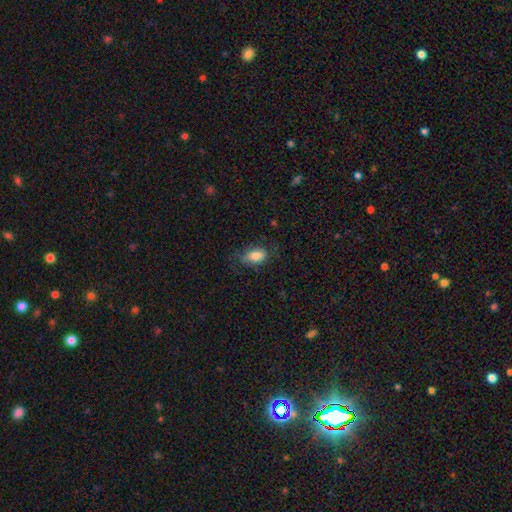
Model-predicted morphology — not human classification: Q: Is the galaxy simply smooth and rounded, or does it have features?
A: smooth — 81%.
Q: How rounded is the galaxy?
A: in between — 90%.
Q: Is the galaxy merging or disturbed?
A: none — 62%.